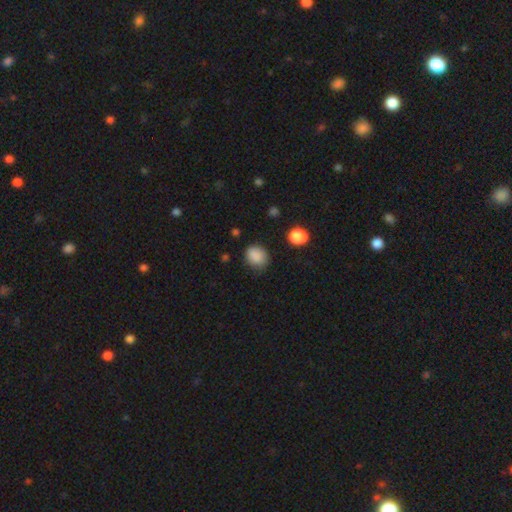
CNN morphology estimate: A smooth galaxy with no disk features (86%) that is round (57%).

Vote fractions:
- Smooth or featured? smooth: 86% / star or artifact: 10% / featured or disk: 4%
- How rounded? round: 57% / in between: 42% / cigar-shaped: 1%
- Merging? none: 72% / minor disturbance: 21% / major disturbance: 5% / merger: 2%